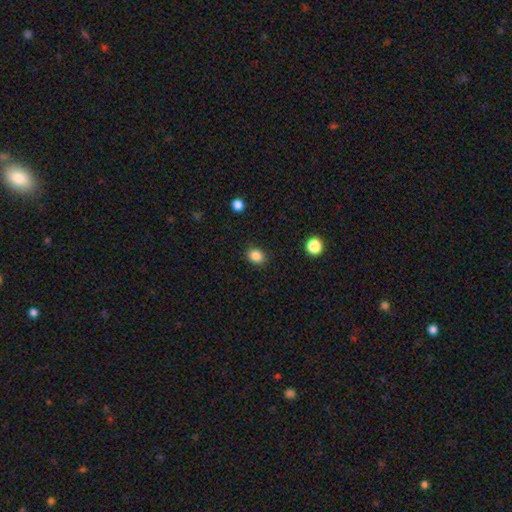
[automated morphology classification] smooth-or-featured: smooth: 85% | star or artifact: 11% | featured or disk: 4%
  how-rounded: round: 52% | in between: 47% | cigar-shaped: 1%
  merging: none: 87% | minor disturbance: 9% | major disturbance: 2% | merger: 1%